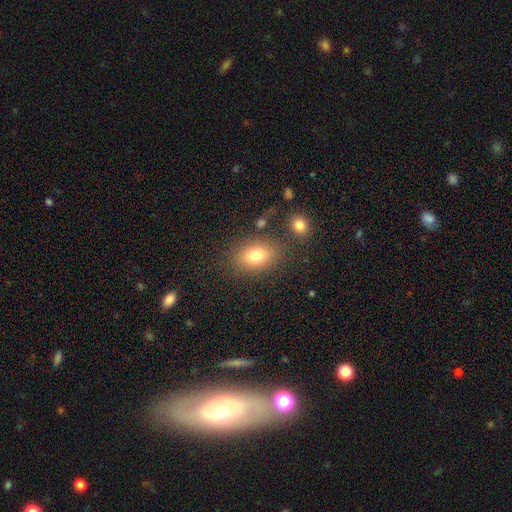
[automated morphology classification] This is likely a smooth galaxy (77%). How rounded: likely in between (78%). Merging: likely none (76%).